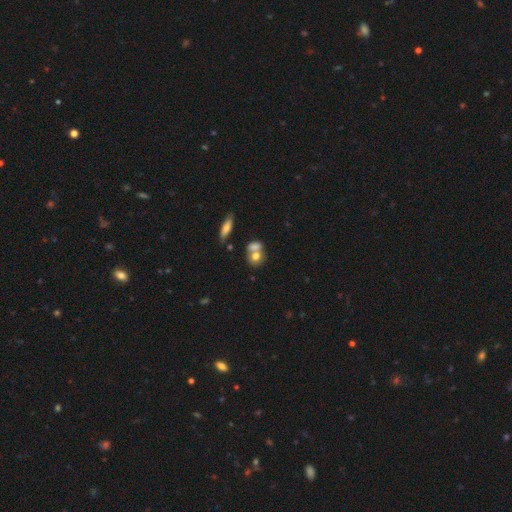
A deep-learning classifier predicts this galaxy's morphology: A smooth galaxy with no disk features (71%) that is round (56%). Merging: merger (52%).